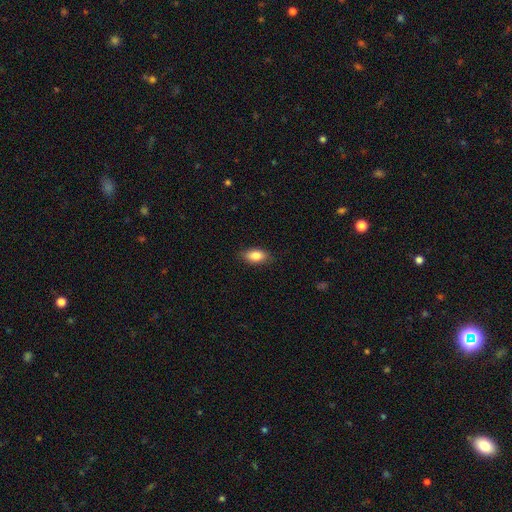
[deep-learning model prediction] smooth 85%, featured or disk 8%, star or artifact 7%. Down the decision tree: how rounded — in between (89%); merging — none (85%).